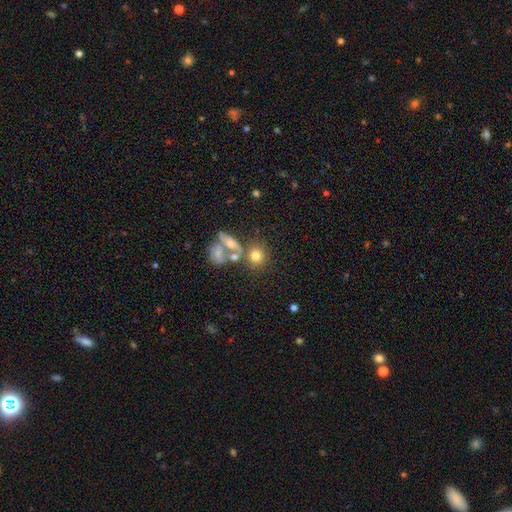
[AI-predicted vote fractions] A smooth galaxy with no disk features (71%) that is round (77%). Merging: none (51%).